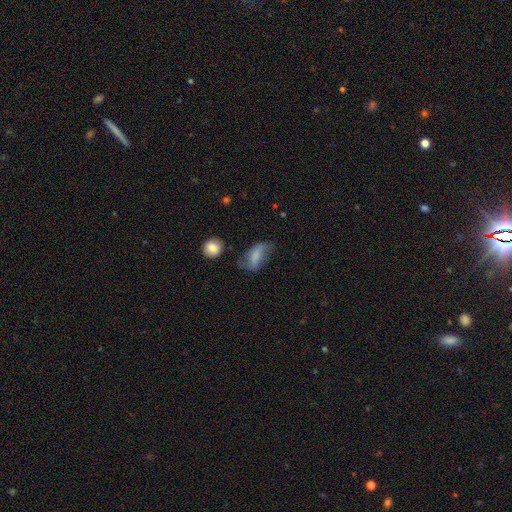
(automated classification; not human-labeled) Morphology: type=smooth (63%); roundness=in between (86%); merging=none (41%).